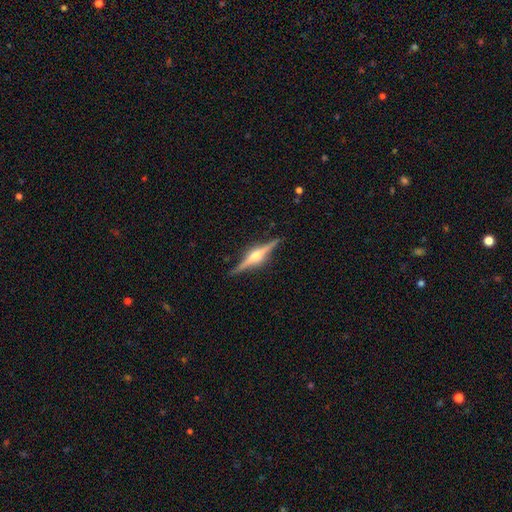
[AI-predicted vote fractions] Smooth or featured? featured or disk (85%)
Edge-on disk? yes (98%)
Edge-on bulge? rounded (90%)
Merging? none (90%)